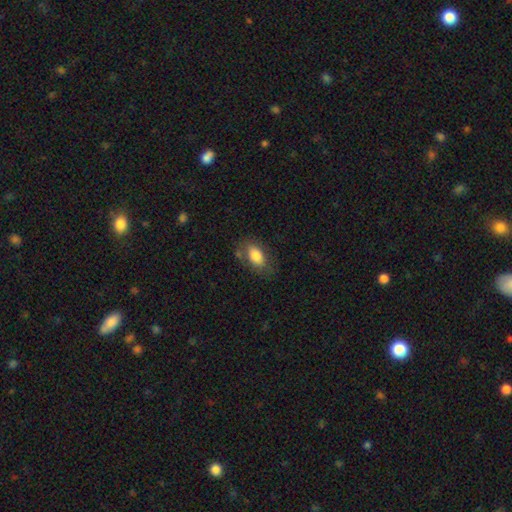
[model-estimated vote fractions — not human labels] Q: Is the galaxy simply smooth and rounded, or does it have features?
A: smooth — 80%.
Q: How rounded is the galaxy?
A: in between — 91%.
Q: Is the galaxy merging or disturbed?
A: none — 69%.